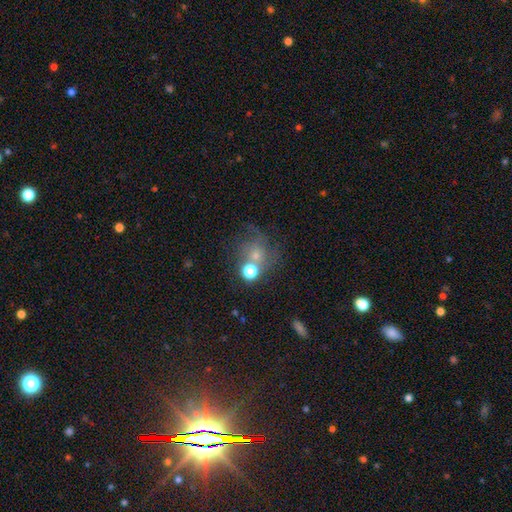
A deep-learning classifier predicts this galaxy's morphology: Smooth or featured?
  - smooth: 41% *
  - featured or disk: 32%
  - star or artifact: 27%
Merging?
  - none: 50% *
  - merger: 19%
  - minor disturbance: 16%
  - major disturbance: 15%